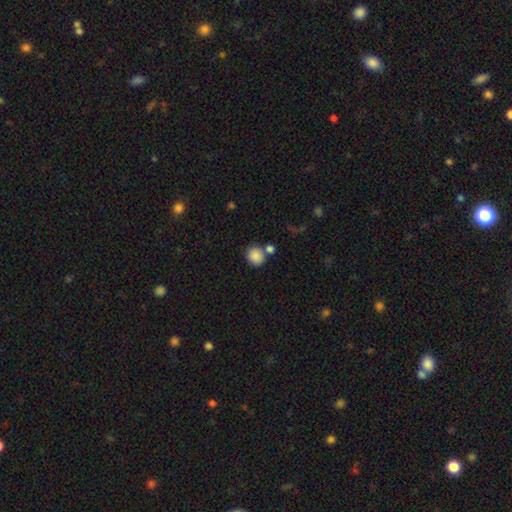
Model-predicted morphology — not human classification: smooth_or_featured: smooth (p=0.86) [alt: star or artifact p=0.08]
how_rounded: round (p=0.79) [alt: in between p=0.20]
merging: none (p=0.65) [alt: merger p=0.21]